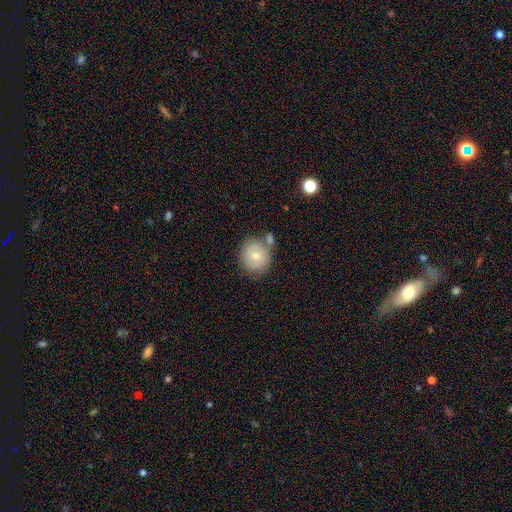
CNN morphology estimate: smooth_or_featured: smooth (p=0.67) [alt: featured or disk p=0.25]
how_rounded: round (p=0.82) [alt: in between p=0.17]
merging: none (p=0.61) [alt: merger p=0.18]